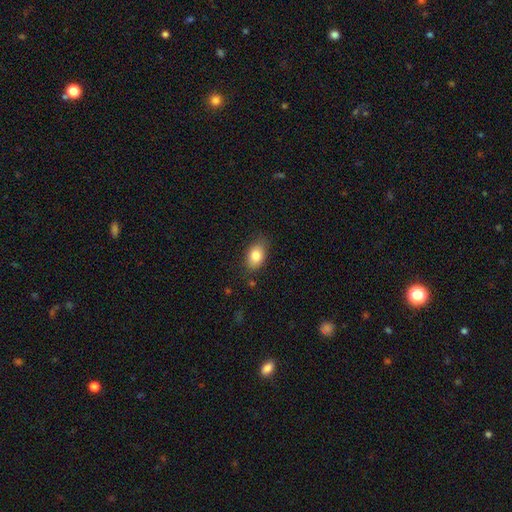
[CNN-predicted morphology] smooth-or-featured: smooth: 83% | featured or disk: 9% | star or artifact: 8%
  how-rounded: in between: 87% | round: 11% | cigar-shaped: 2%
  merging: none: 79% | minor disturbance: 16% | major disturbance: 3% | merger: 1%